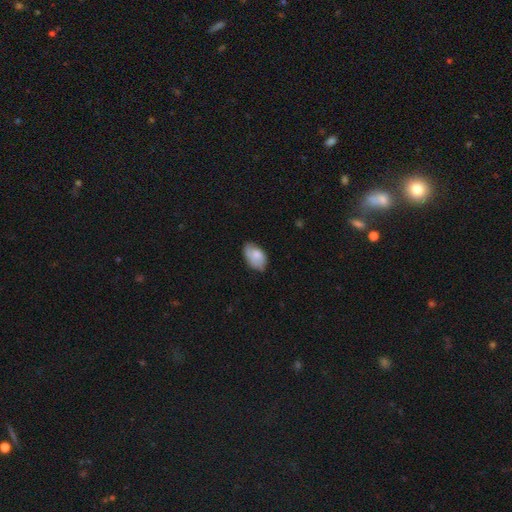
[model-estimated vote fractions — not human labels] A smooth galaxy with no disk features (73%) that is in between round and cigar-shaped (92%).

Vote fractions:
- Smooth or featured? smooth: 73% / featured or disk: 20% / star or artifact: 7%
- How rounded? in between: 92% / round: 7% / cigar-shaped: 1%
- Merging? none: 59% / minor disturbance: 32% / major disturbance: 7% / merger: 2%